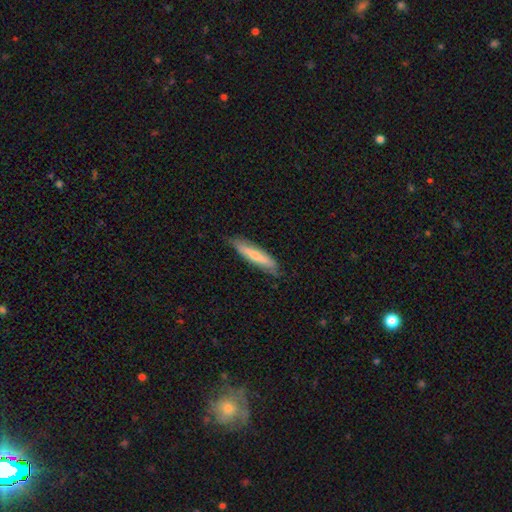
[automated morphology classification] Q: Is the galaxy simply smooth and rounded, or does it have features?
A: smooth — 57%.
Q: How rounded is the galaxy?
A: cigar-shaped — 83%.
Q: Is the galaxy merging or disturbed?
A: none — 78%.